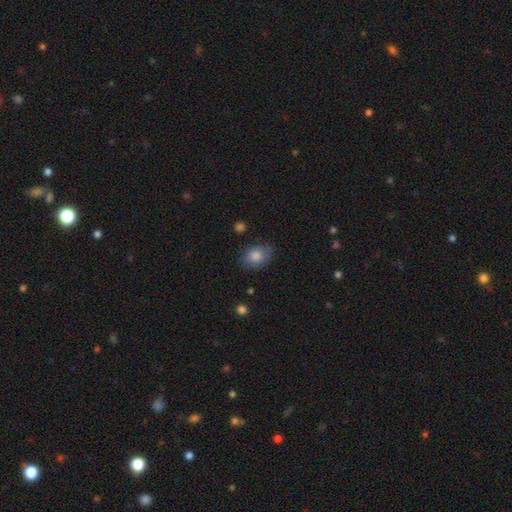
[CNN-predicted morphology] Overall: smooth (83%). How rounded: in between (70%). Merging: none (81%).